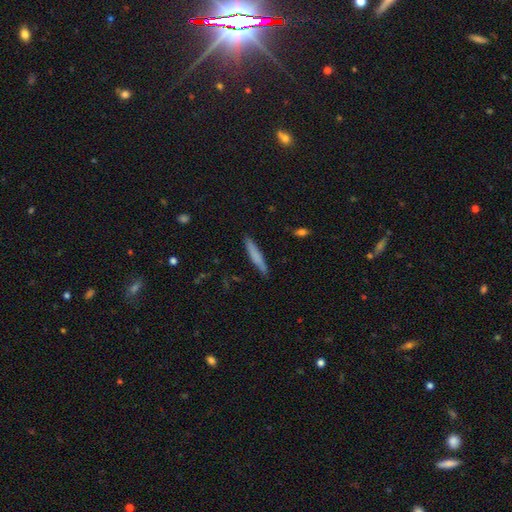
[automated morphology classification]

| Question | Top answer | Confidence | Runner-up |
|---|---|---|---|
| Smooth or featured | smooth | 72% | featured or disk (22%) |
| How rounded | cigar-shaped | 93% | in between (6%) |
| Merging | none | 87% | minor disturbance (10%) |